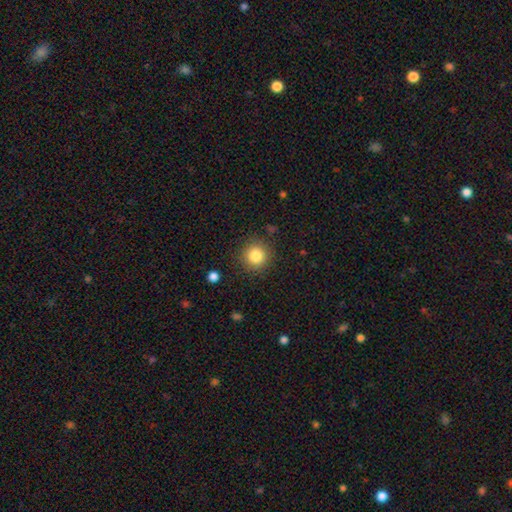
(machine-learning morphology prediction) Overall: smooth (84%). How rounded: round (94%). Merging: none (88%).